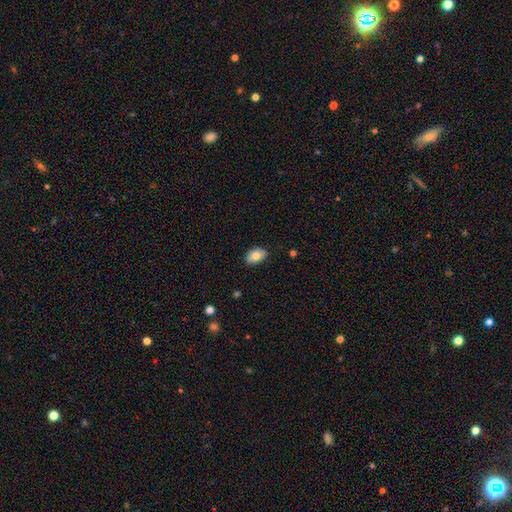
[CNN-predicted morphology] smooth-or-featured: smooth: 80% | featured or disk: 13% | star or artifact: 7%
  how-rounded: in between: 86% | round: 12% | cigar-shaped: 1%
  merging: none: 81% | minor disturbance: 15% | major disturbance: 2% | merger: 1%